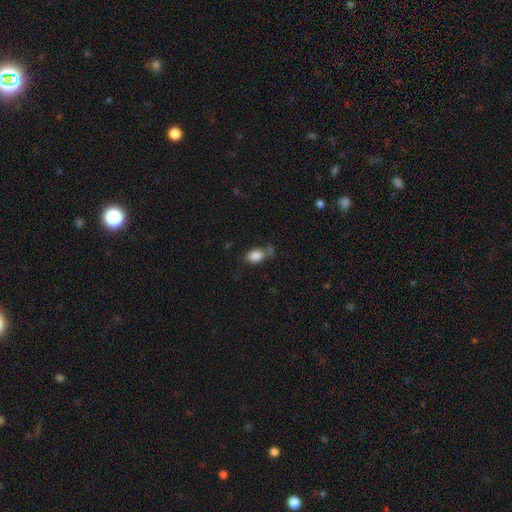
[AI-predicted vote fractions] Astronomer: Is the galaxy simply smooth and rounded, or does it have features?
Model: smooth — 86%.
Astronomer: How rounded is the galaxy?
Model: in between — 83%.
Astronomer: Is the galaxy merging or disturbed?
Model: none — 59%.